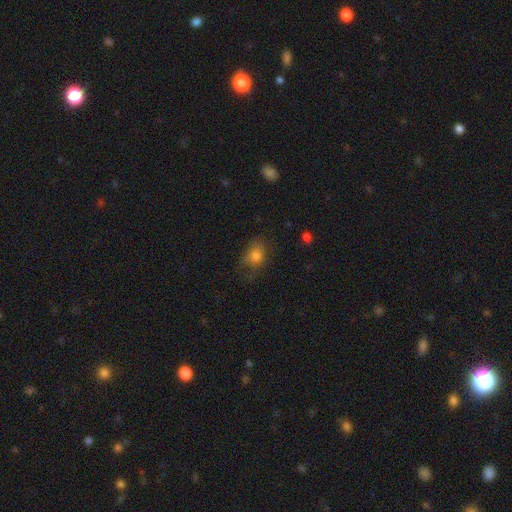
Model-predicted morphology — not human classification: Smooth or featured?
  - smooth: 77% *
  - featured or disk: 12%
  - star or artifact: 12%
How rounded?
  - in between: 59% *
  - round: 39%
  - cigar-shaped: 1%
Merging?
  - none: 49% *
  - minor disturbance: 29%
  - major disturbance: 20%
  - merger: 2%